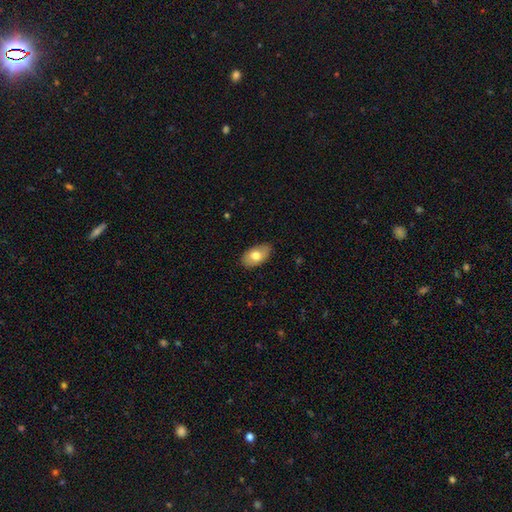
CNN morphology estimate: smooth 75%, featured or disk 18%, star or artifact 6%. Down the decision tree: how rounded — in between (93%); merging — none (83%).